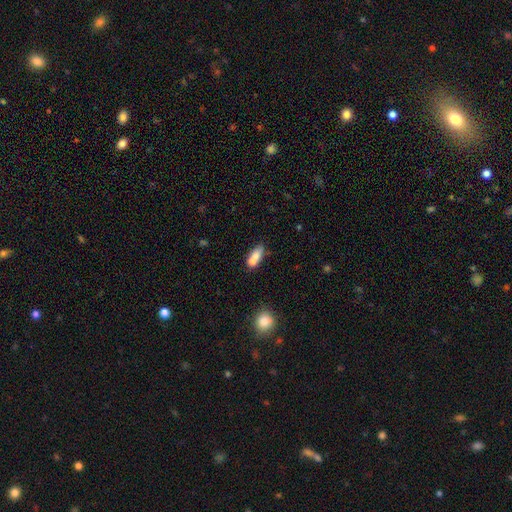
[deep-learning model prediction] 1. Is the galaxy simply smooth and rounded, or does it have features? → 71% smooth, 19% featured or disk, 9% star or artifact.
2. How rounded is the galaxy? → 71% in between, 20% cigar-shaped, 9% round.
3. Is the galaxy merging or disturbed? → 45% merger, 36% none, 13% minor disturbance, 6% major disturbance.